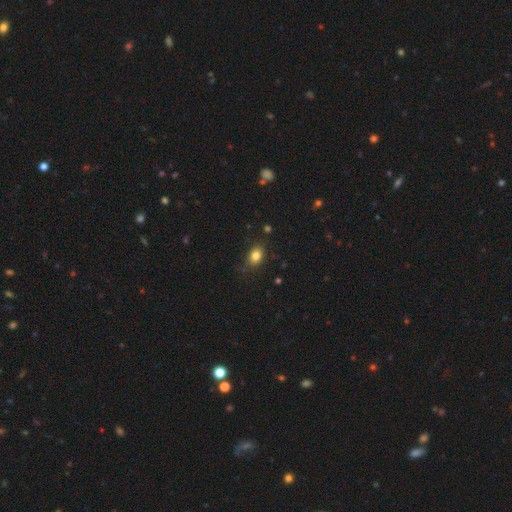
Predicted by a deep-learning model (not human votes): Smooth or featured? smooth (82%)
How rounded? in between (73%)
Merging? none (80%)